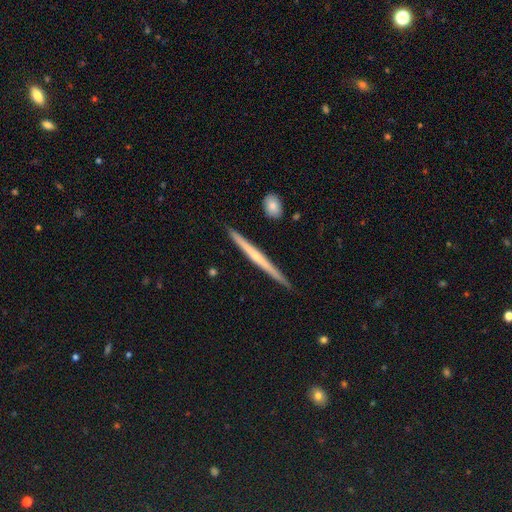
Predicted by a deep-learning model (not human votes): This is possibly a featured or disk galaxy (59%). It is clearly viewed edge-on (98%). Edge-on bulge: likely none (71%). Merging: clearly none (90%).